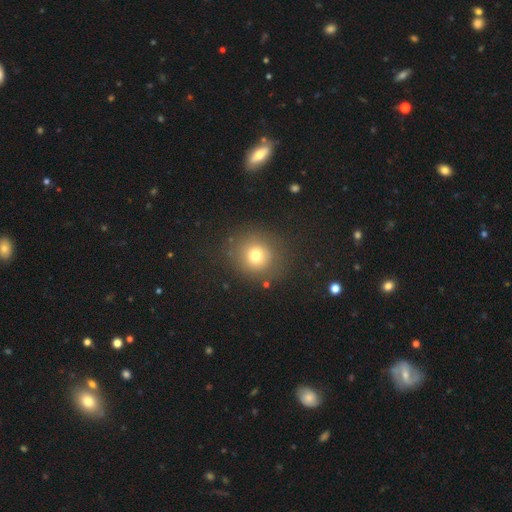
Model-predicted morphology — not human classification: Smooth or featured?
  - smooth: 73% *
  - star or artifact: 16%
  - featured or disk: 11%
How rounded?
  - round: 89% *
  - in between: 10%
  - cigar-shaped: 1%
Merging?
  - none: 84% *
  - minor disturbance: 9%
  - major disturbance: 5%
  - merger: 2%